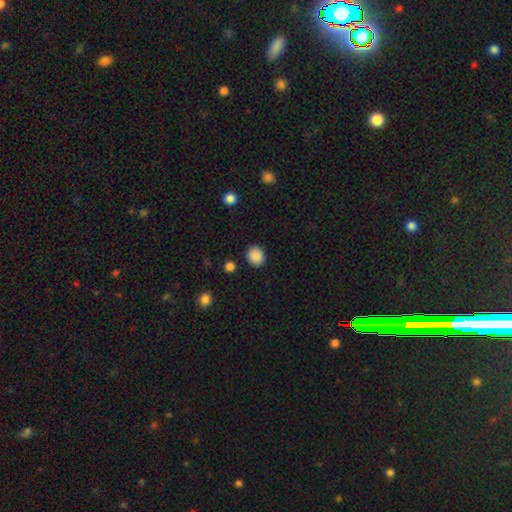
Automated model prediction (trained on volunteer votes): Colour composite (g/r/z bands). It shows a smooth galaxy with no disk features (88%) that is round (81%). Merging: none (90%).